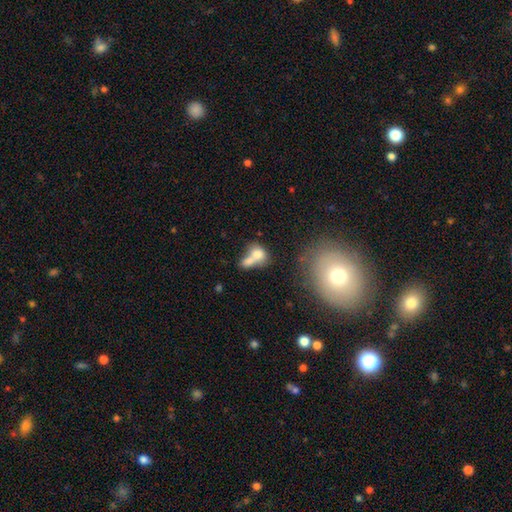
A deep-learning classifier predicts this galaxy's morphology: Smooth or featured? smooth (72%)
How rounded? in between (64%)
Merging? merger (67%)